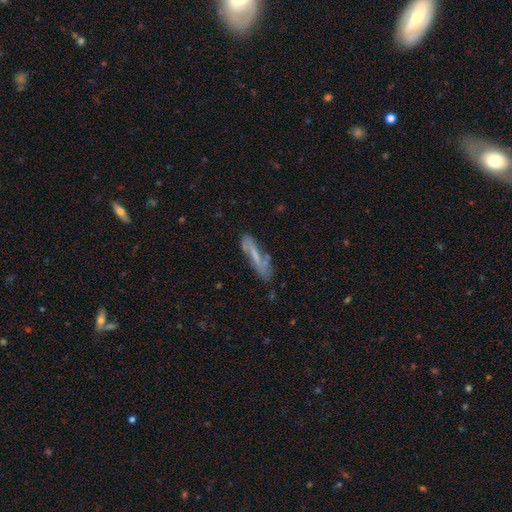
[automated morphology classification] This is possibly a featured or disk galaxy (49%). Merging: likely none (64%).